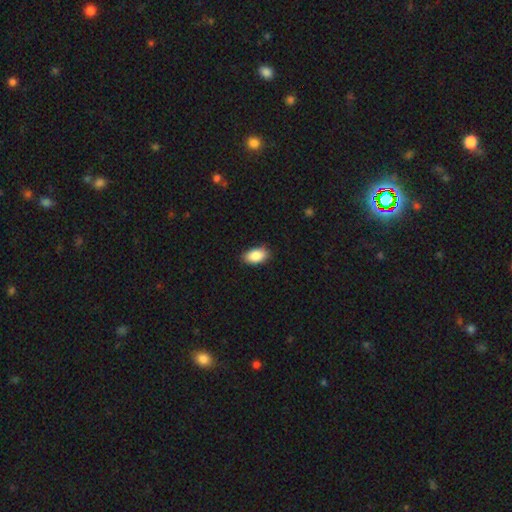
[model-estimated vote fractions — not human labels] Smooth or featured? smooth (89%)
How rounded? in between (93%)
Merging? none (85%)